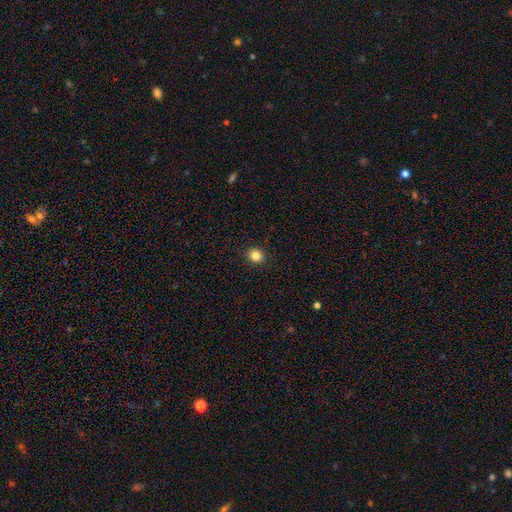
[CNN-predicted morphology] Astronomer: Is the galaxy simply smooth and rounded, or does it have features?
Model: smooth — 84%.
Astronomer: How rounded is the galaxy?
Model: round — 83%.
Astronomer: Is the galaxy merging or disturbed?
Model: none — 92%.